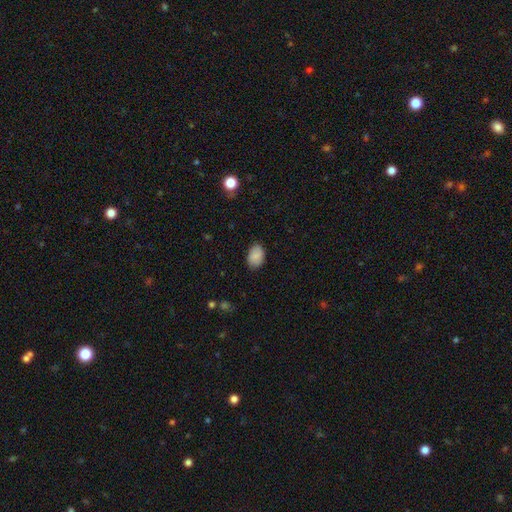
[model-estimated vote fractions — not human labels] Q: Smooth or featured?
A: smooth (86%); runner-up: featured or disk (7%)
Q: How rounded?
A: in between (86%); runner-up: round (13%)
Q: Merging?
A: none (81%); runner-up: minor disturbance (15%)